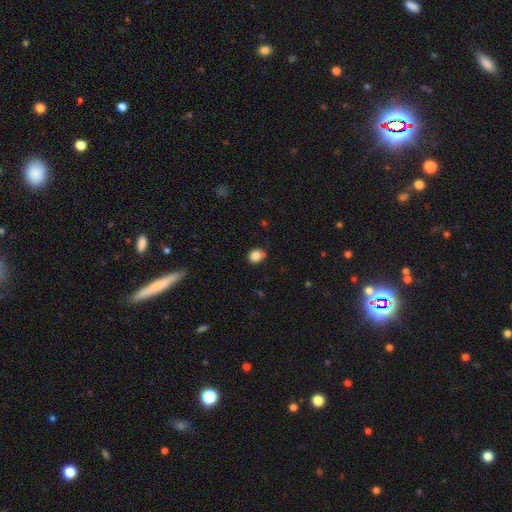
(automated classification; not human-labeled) Overall: smooth (84%). How rounded: round (56%; in between 43%). Merging: none (75%).